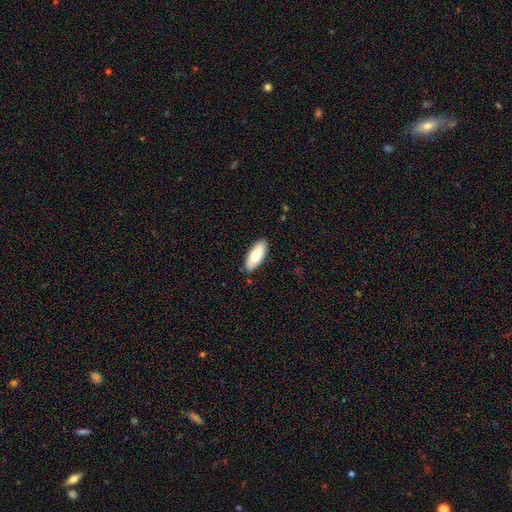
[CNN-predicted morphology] Overall: smooth (79%). How rounded: in between (79%). Merging: none (86%).